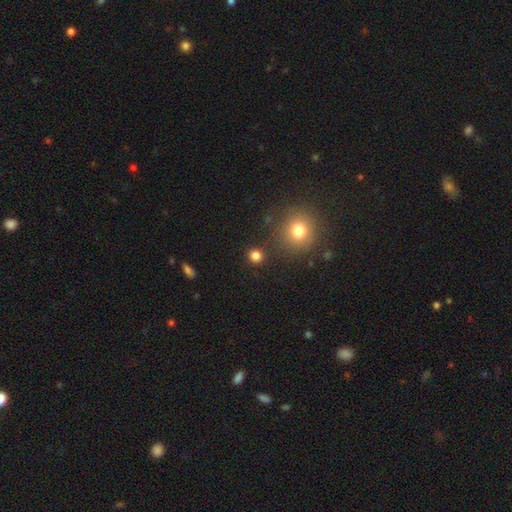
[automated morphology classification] smooth 81%, star or artifact 15%, featured or disk 4%. Down the decision tree: how rounded — round (88%); merging — none (87%).